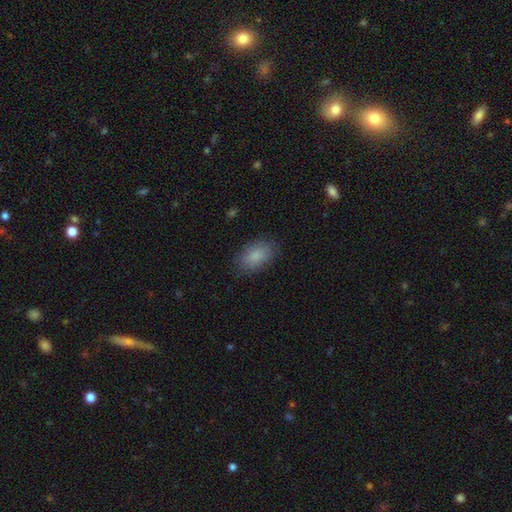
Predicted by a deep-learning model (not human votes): A smooth galaxy with no disk features (87%) that is in between round and cigar-shaped (89%). Merging: none (84%).